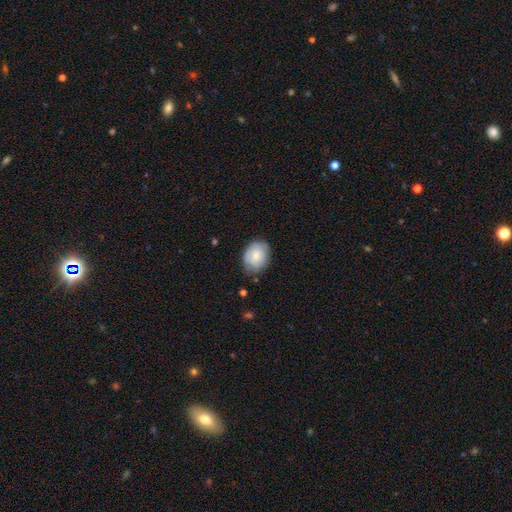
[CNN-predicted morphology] smooth-or-featured: smooth: 75% | featured or disk: 18% | star or artifact: 7%
  how-rounded: in between: 60% | round: 39% | cigar-shaped: 1%
  merging: none: 71% | minor disturbance: 23% | major disturbance: 5% | merger: 1%